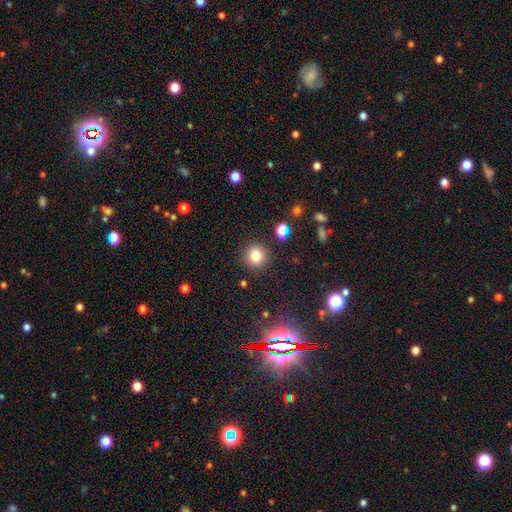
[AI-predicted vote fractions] Morphology: type=smooth (82%); roundness=round (91%); merging=none (88%).